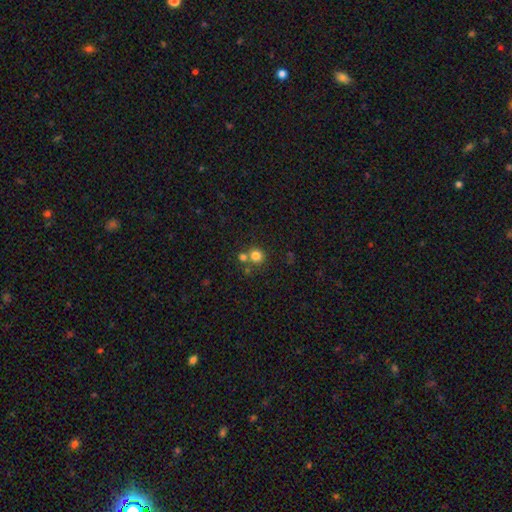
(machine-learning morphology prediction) smooth 79%, star or artifact 14%, featured or disk 7%. Down the decision tree: how rounded — round (91%); merging — none (61%).